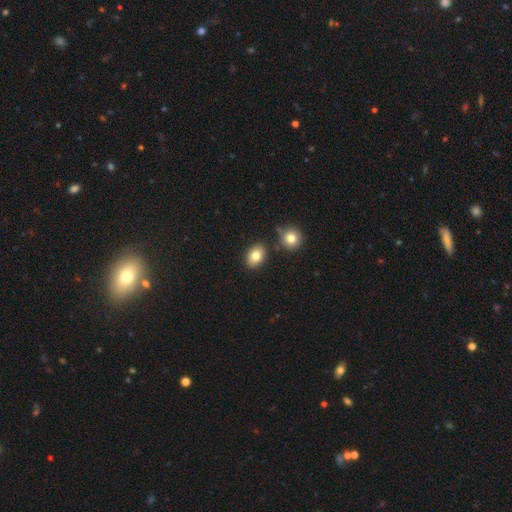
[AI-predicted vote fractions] Smooth or featured?
  - smooth: 81% *
  - featured or disk: 10%
  - star or artifact: 9%
How rounded?
  - in between: 76% *
  - round: 23%
  - cigar-shaped: 1%
Merging?
  - none: 81% *
  - minor disturbance: 10%
  - merger: 6%
  - major disturbance: 2%